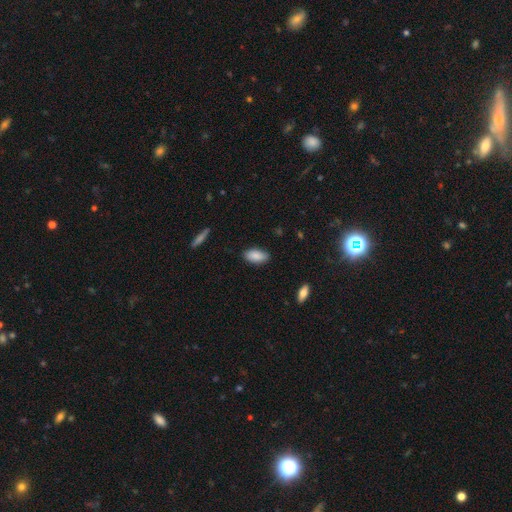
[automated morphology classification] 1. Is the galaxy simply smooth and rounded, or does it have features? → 88% smooth, 7% star or artifact, 6% featured or disk.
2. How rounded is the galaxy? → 90% in between, 8% cigar-shaped, 2% round.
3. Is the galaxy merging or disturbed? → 83% none, 13% minor disturbance, 2% major disturbance, 1% merger.